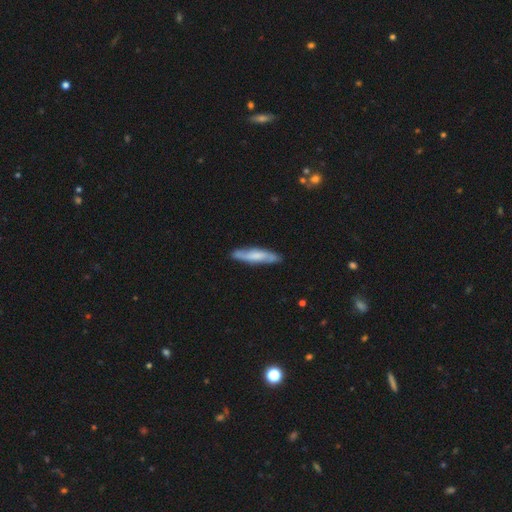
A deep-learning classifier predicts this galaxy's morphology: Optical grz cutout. It shows a smooth galaxy with no disk features (51%) that is cigar-shaped (84%). Merging: none (84%).